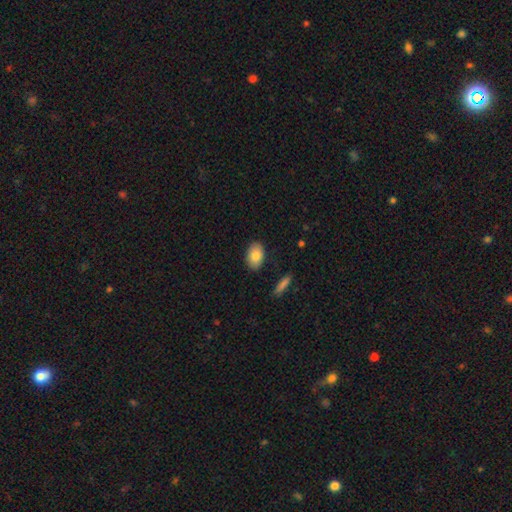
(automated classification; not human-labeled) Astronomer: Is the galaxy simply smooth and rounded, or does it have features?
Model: smooth — 83%.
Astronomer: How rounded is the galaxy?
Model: in between — 90%.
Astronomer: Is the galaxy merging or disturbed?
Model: none — 87%.